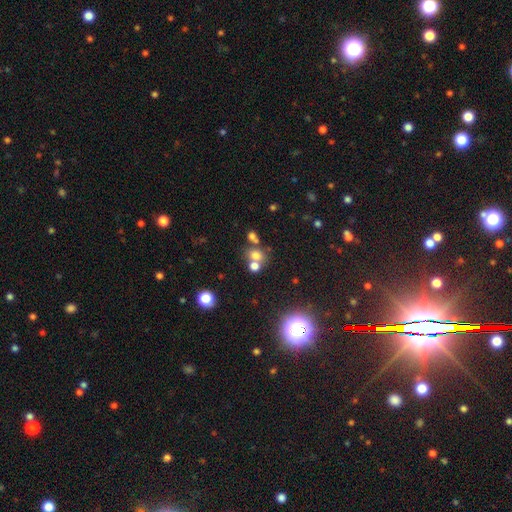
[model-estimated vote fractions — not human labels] Smooth or featured: smooth — 66% (star or artifact — 21%)
How rounded: round — 62% (in between — 37%)
Merging: none — 43% (tied with merger — 43%)